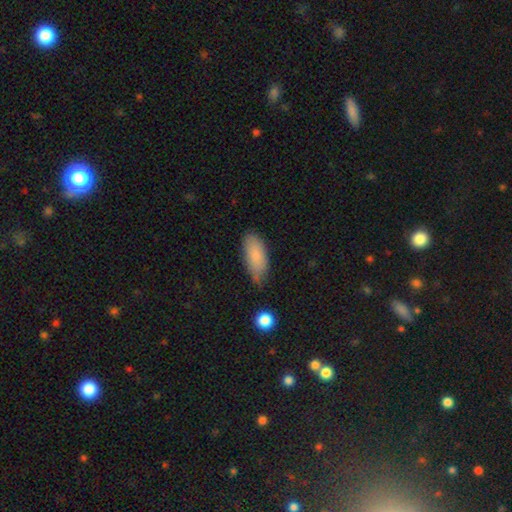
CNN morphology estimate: Smooth or featured: smooth — 85% (featured or disk — 9%)
How rounded: in between — 83% (cigar-shaped — 15%)
Merging: none — 65% (minor disturbance — 27%)